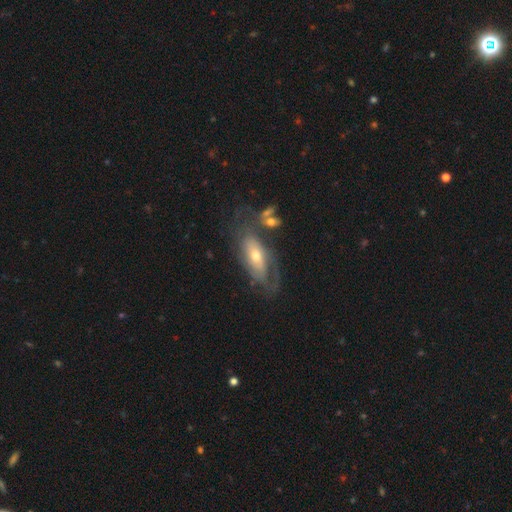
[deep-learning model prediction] This is likely a featured or disk galaxy (62%). It is clearly not viewed edge-on (84%). Bar: likely no (71%). Spiral arm pattern: likely yes (65%). Central bulge: possibly moderate (53%). Merging: possibly none (51%).